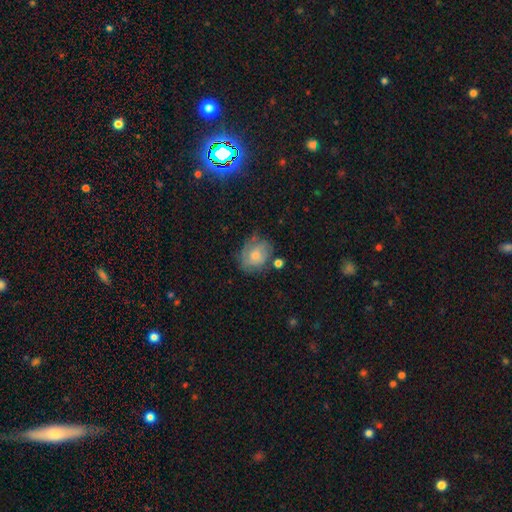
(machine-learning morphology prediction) The model was most divided on "how rounded": round: 50%, in between: 48%, cigar-shaped: 1%. More confident: merging — none (54%); smooth or featured — smooth (52%).